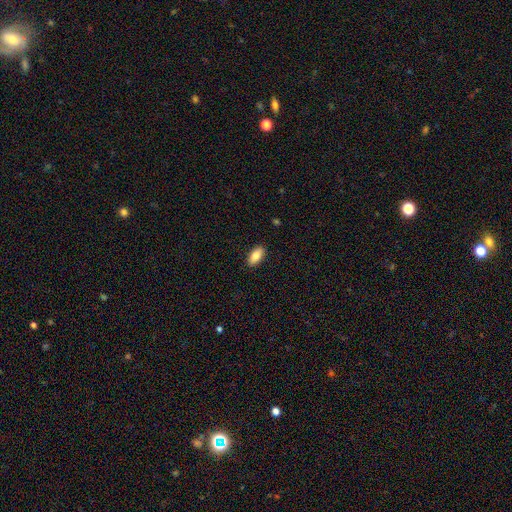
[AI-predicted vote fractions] Overall: smooth (84%). How rounded: in between (91%). Merging: none (90%).